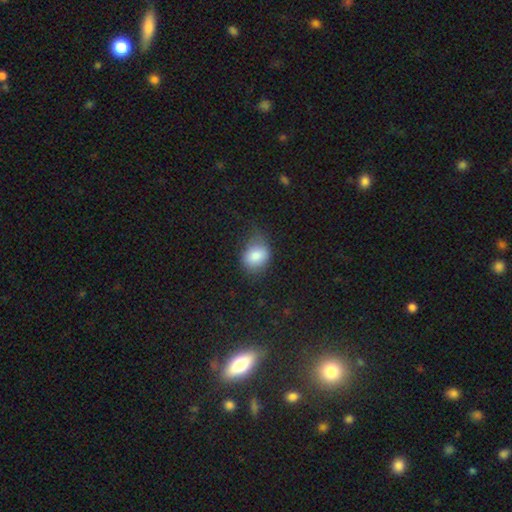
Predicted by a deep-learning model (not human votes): This is clearly a smooth galaxy (82%). How rounded: possibly in between (50%). Merging: possibly none (51%).